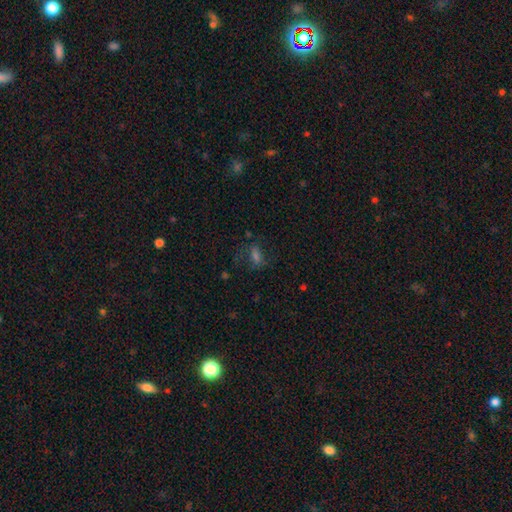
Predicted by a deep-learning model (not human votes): Overall: smooth (47%; star or artifact 30%). Merging: none (61%).